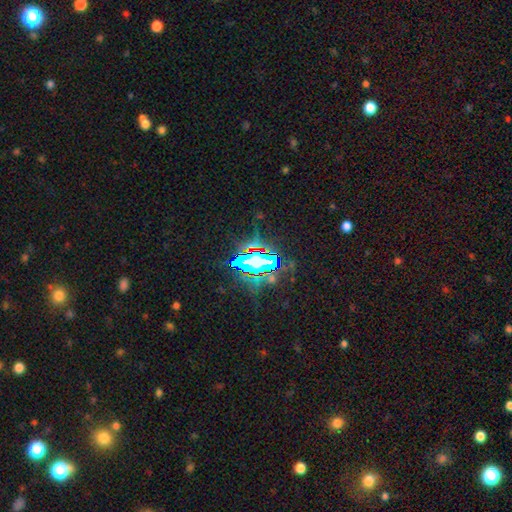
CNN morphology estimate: Smooth or featured? star or artifact (70%)